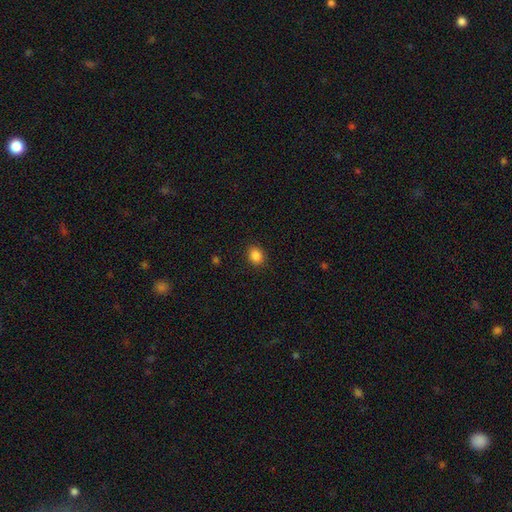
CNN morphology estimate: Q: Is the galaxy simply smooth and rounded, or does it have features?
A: smooth — 86%.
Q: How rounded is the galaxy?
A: round — 63%.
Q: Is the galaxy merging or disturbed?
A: none — 88%.